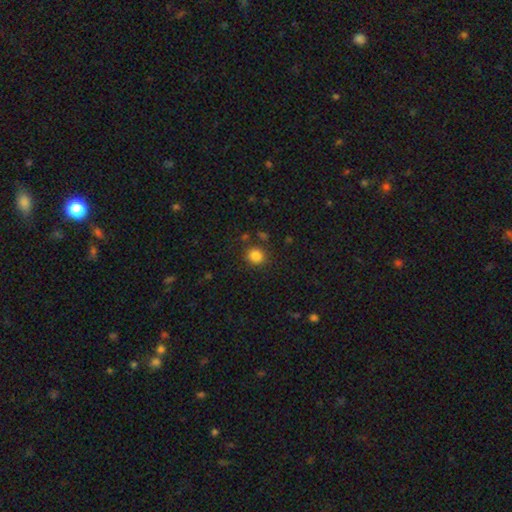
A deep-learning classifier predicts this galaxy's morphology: Smooth or featured? smooth (84%)
How rounded? round (80%)
Merging? none (84%)